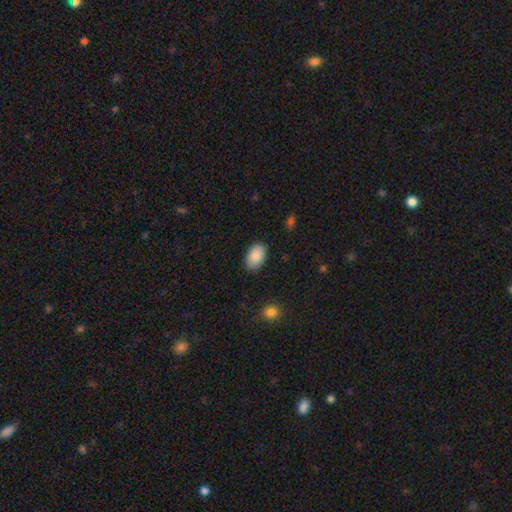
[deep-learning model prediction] smooth_or_featured: smooth (p=0.88) [alt: star or artifact p=0.06]
how_rounded: in between (p=0.93) [alt: round p=0.06]
merging: none (p=0.87) [alt: minor disturbance p=0.10]